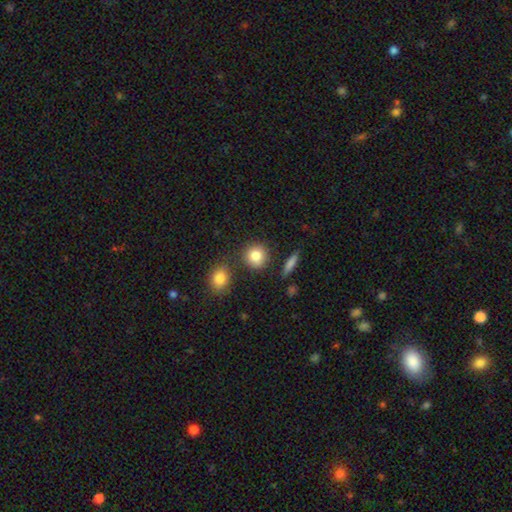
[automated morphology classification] Smooth or featured? Predicted: smooth (p=0.84). How rounded? Predicted: round (p=0.87). Merging? Predicted: none (p=0.78).